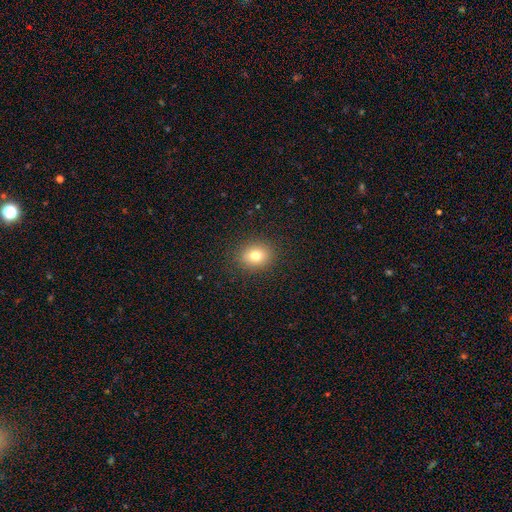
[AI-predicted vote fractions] The model was most divided on "how rounded": round: 62%, in between: 37%, cigar-shaped: 1%. More confident: merging — none (88%); smooth or featured — smooth (78%).